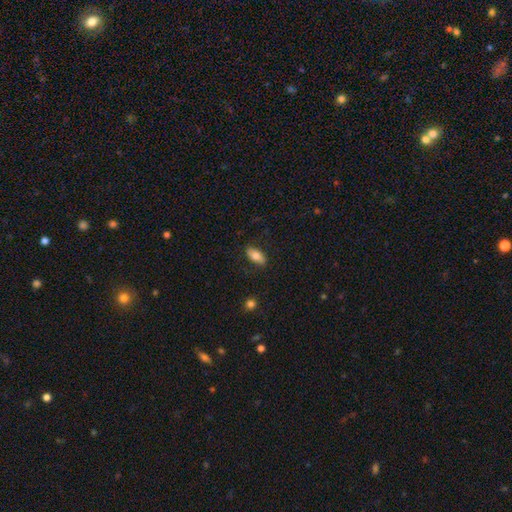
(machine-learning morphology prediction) A smooth galaxy with no disk features (76%) that is in between round and cigar-shaped (88%).

Vote fractions:
- Smooth or featured? smooth: 76% / featured or disk: 18% / star or artifact: 7%
- How rounded? in between: 88% / cigar-shaped: 9% / round: 3%
- Merging? none: 84% / minor disturbance: 12% / major disturbance: 3% / merger: 1%